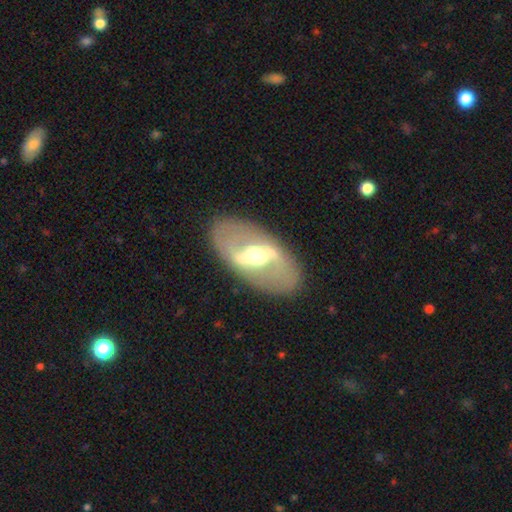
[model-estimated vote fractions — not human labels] This appears to be a featured or disk galaxy (76%) with a strong bar (61%), no spiral arms (57%) and a moderate central bulge (66%). Merging: none (84%).